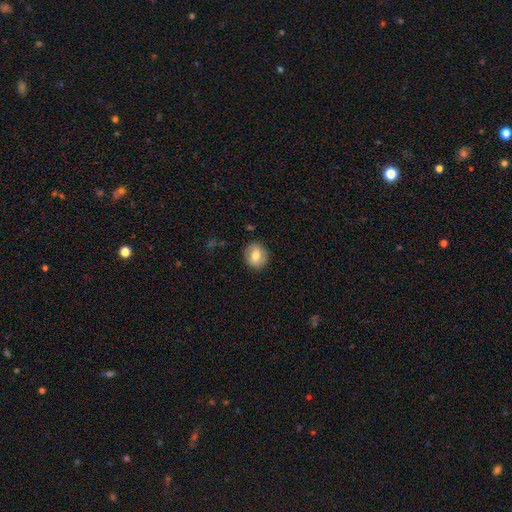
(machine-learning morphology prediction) Smooth or featured? Predicted: smooth (p=0.73). How rounded? Predicted: round (p=0.79). Merging? Predicted: none (p=0.87).